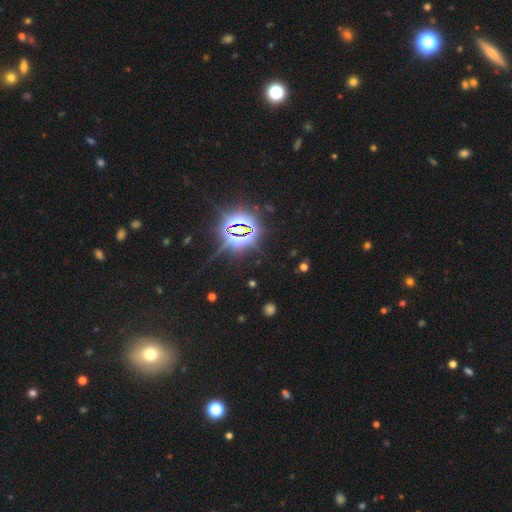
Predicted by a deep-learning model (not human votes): star or artifact 77%, smooth 13%, featured or disk 10%.